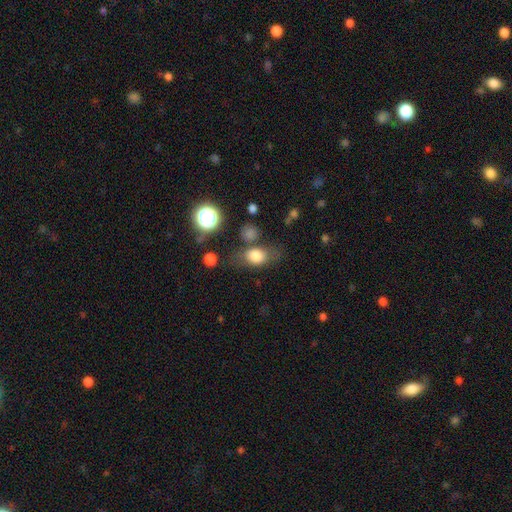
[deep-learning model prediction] A smooth galaxy with no disk features (75%) that is in between round and cigar-shaped (69%).

Vote fractions:
- Smooth or featured? smooth: 75% / featured or disk: 13% / star or artifact: 11%
- How rounded? in between: 69% / round: 26% / cigar-shaped: 5%
- Merging? none: 61% / minor disturbance: 19% / major disturbance: 10% / merger: 10%